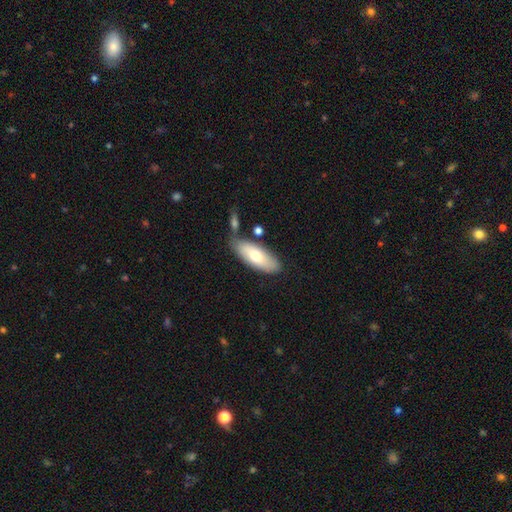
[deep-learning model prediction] smooth 69%, featured or disk 25%, star or artifact 6%. Down the decision tree: how rounded — in between (76%); merging — none (70%).